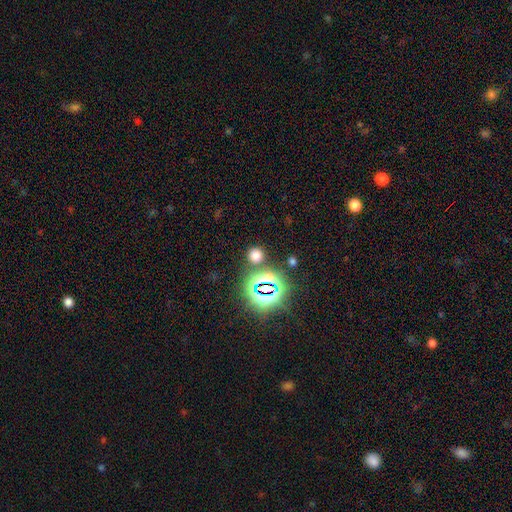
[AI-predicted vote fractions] This appears to be a smooth galaxy with no disk features (63%) that is round (89%). Merging: none (81%).